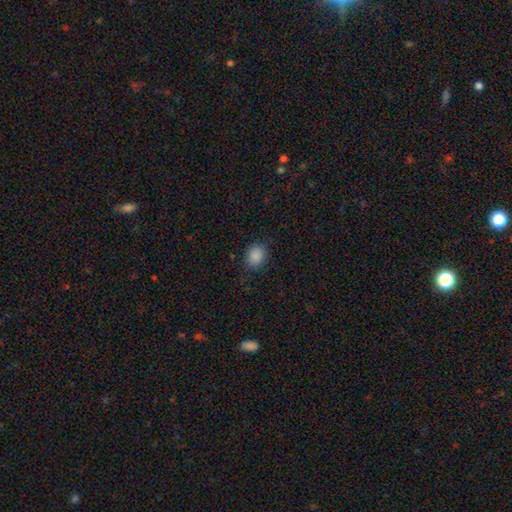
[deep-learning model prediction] smooth_or_featured: smooth (p=0.88) [alt: star or artifact p=0.09]
how_rounded: round (p=0.50) [alt: in between p=0.49]
merging: none (p=0.84) [alt: minor disturbance p=0.12]